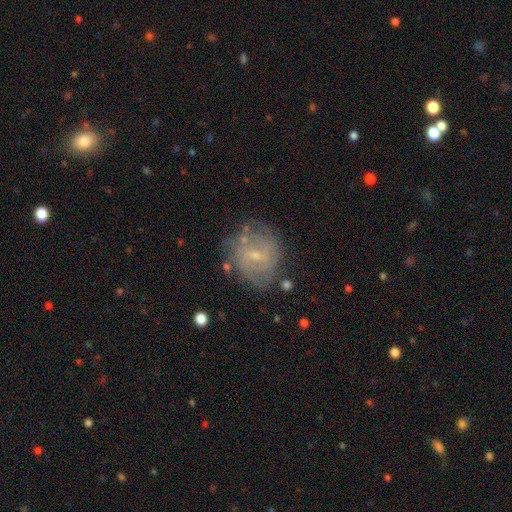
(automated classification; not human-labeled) Smooth or featured? featured or disk (68%)
Edge-on disk? no (97%)
Bar? weak (57%)
Spiral arms? yes (78%)
Spiral winding? tight (45%)
Spiral arm count? can't tell (44%)
Bulge size? small (71%)
Merging? none (69%)